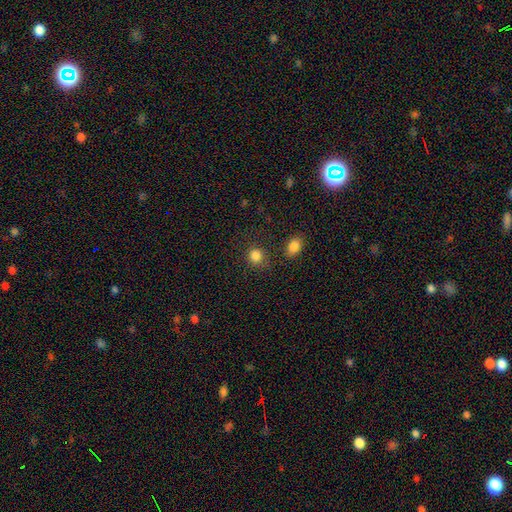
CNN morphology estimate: The model was most divided on "merging": none: 77%, minor disturbance: 12%, merger: 6%, major disturbance: 5%. More confident: smooth or featured — smooth (84%); how rounded — round (83%).